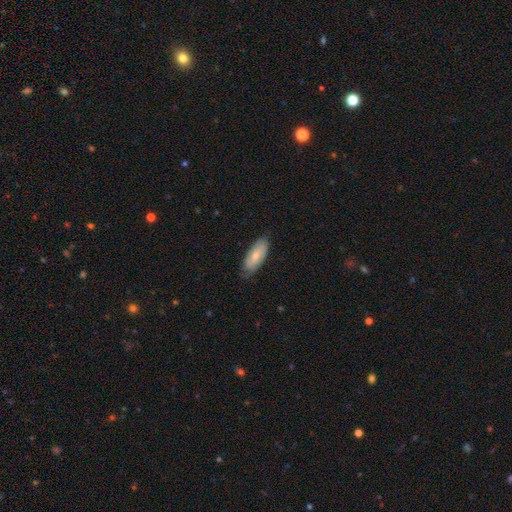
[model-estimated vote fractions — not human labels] smooth_or_featured: smooth (p=0.69) [alt: featured or disk p=0.26]
how_rounded: in between (p=0.84) [alt: cigar-shaped p=0.14]
merging: none (p=0.74) [alt: minor disturbance p=0.22]